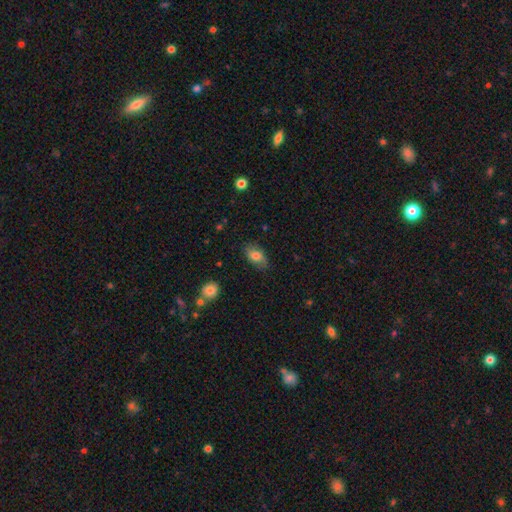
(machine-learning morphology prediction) This appears to be a smooth galaxy with no disk features (76%) that is in between round and cigar-shaped (90%). Merging: none (75%).